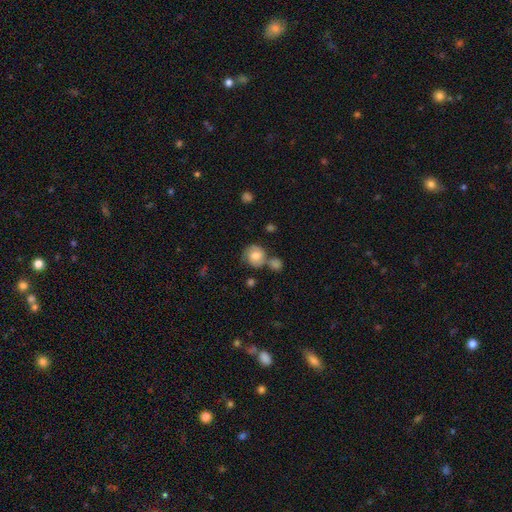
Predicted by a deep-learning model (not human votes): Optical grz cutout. It shows a smooth galaxy with no disk features (57%) that is round (80%). Merging: none (54%).